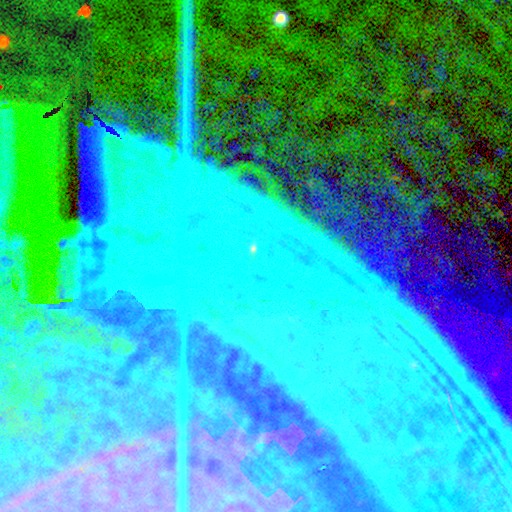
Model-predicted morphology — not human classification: smooth_or_featured: star or artifact (p=0.86) [alt: featured or disk p=0.08]